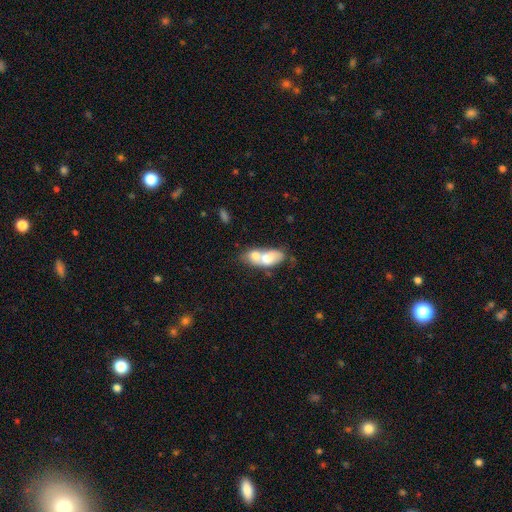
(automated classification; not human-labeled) Morphology: type=smooth (63%); roundness=in between (75%); merging=merger (69%).